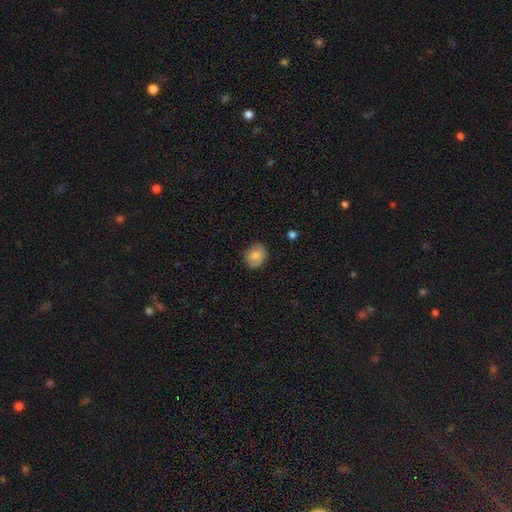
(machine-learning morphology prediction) Smooth or featured? smooth (85%)
How rounded? round (50%)
Merging? none (80%)